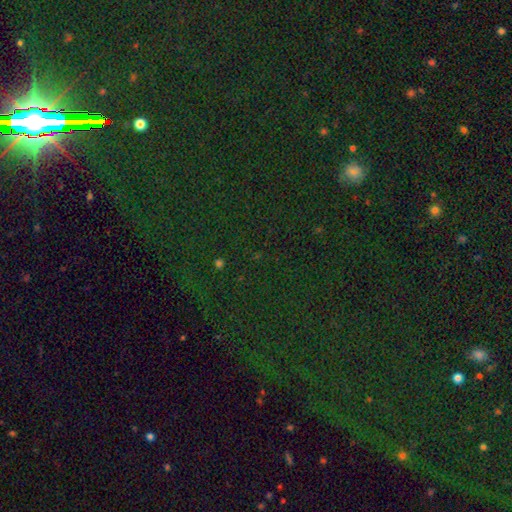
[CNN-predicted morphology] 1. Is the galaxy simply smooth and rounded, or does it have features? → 81% star or artifact, 11% smooth, 8% featured or disk.